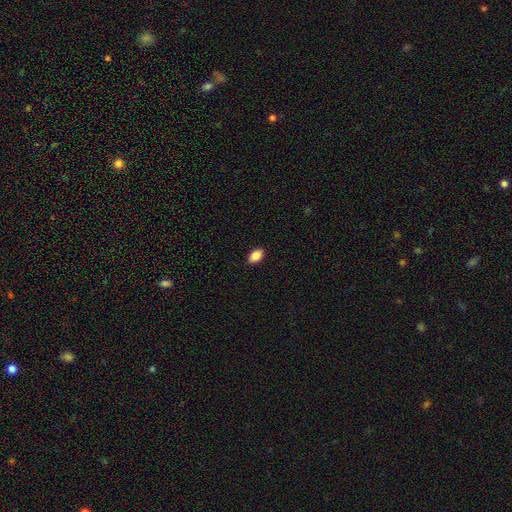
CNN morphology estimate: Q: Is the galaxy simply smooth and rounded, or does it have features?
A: smooth — 87%.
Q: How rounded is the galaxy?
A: in between — 90%.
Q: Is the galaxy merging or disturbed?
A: none — 89%.